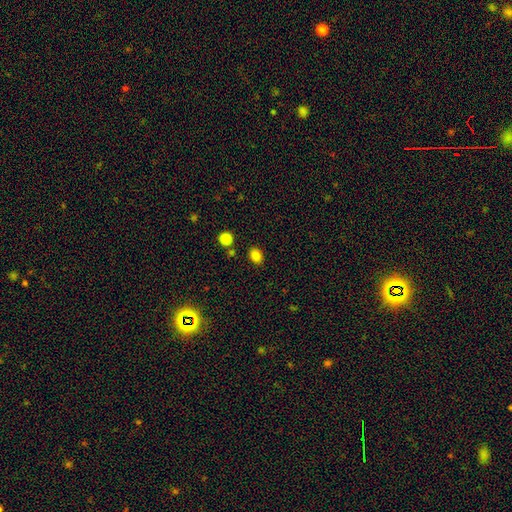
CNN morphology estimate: A smooth galaxy with no disk features (83%) that is in between round and cigar-shaped (61%). Merging: none (85%).